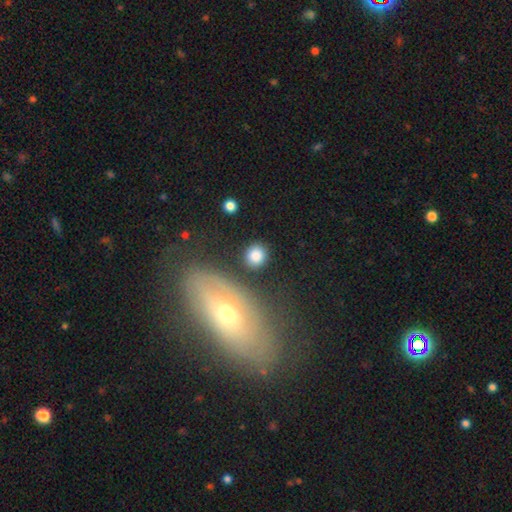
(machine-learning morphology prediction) smooth_or_featured: smooth (p=0.83) [alt: star or artifact p=0.09]
how_rounded: round (p=0.82) [alt: in between p=0.16]
merging: none (p=0.83) [alt: minor disturbance p=0.09]